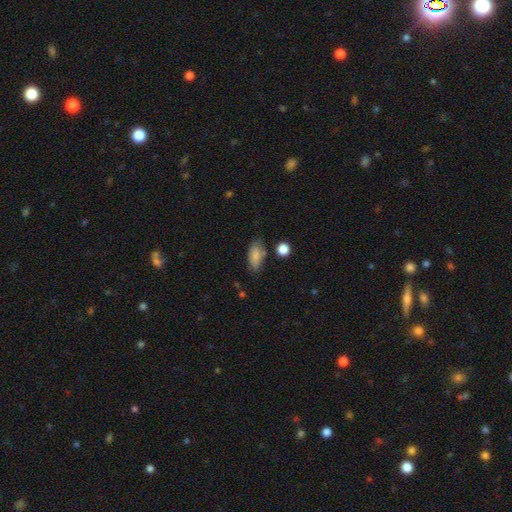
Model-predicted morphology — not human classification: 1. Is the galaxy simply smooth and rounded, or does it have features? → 82% smooth, 10% featured or disk, 8% star or artifact.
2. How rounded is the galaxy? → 88% in between, 8% cigar-shaped, 4% round.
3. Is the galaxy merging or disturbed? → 71% none, 20% minor disturbance, 5% major disturbance, 5% merger.